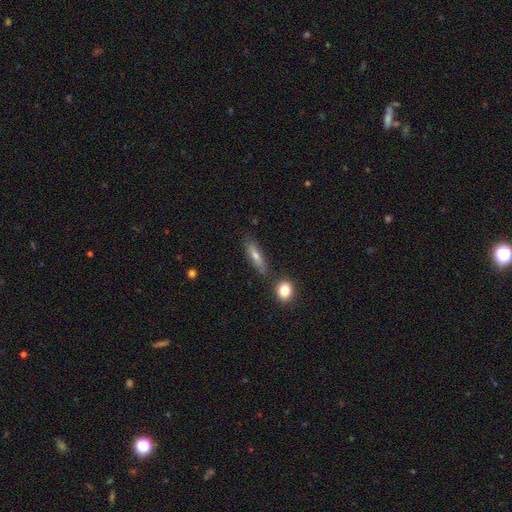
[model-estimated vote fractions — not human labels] Smooth or featured: smooth — 60% (featured or disk — 31%)
How rounded: cigar-shaped — 64% (in between — 32%)
Merging: none — 78% (minor disturbance — 13%)